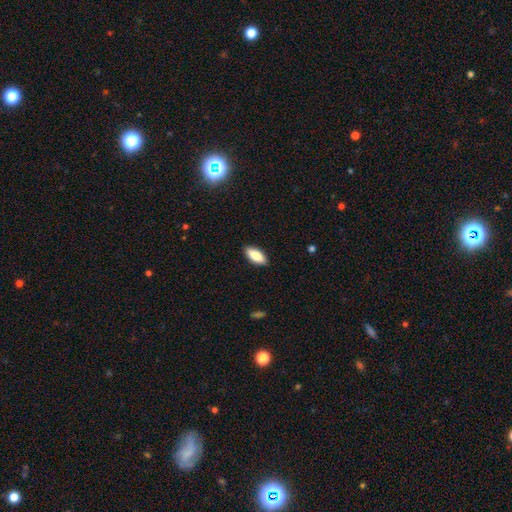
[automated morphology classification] Smooth or featured? Predicted: smooth (p=0.85). How rounded? Predicted: in between (p=0.80). Merging? Predicted: none (p=0.89).